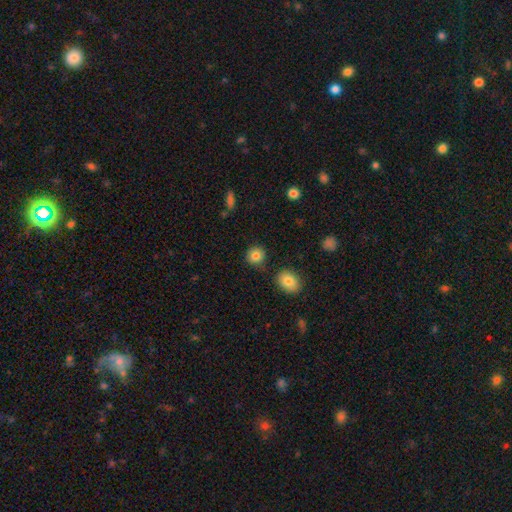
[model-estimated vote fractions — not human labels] Smooth or featured? smooth (83%)
How rounded? round (88%)
Merging? none (85%)